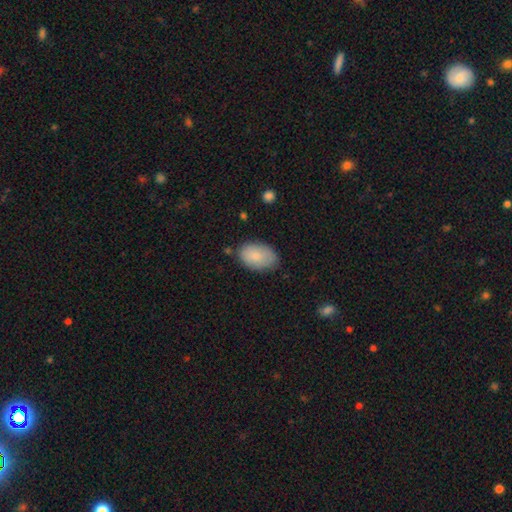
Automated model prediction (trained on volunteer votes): Smooth or featured?
  - smooth: 82% *
  - featured or disk: 11%
  - star or artifact: 6%
How rounded?
  - in between: 91% *
  - round: 8%
  - cigar-shaped: 1%
Merging?
  - none: 74% *
  - minor disturbance: 20%
  - major disturbance: 4%
  - merger: 2%